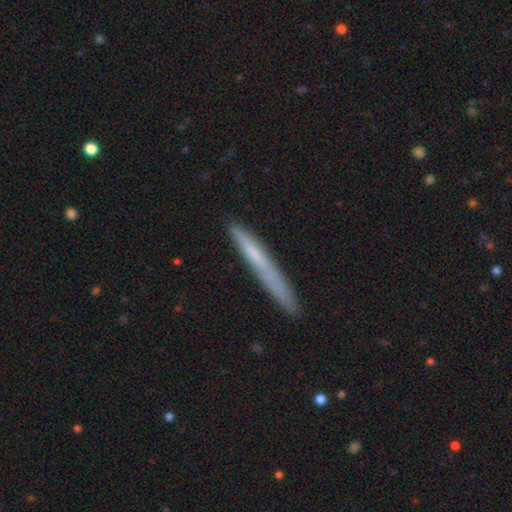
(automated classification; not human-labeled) Smooth or featured: smooth — 60% (featured or disk — 33%)
How rounded: cigar-shaped — 97% (in between — 2%)
Merging: none — 82% (minor disturbance — 13%)